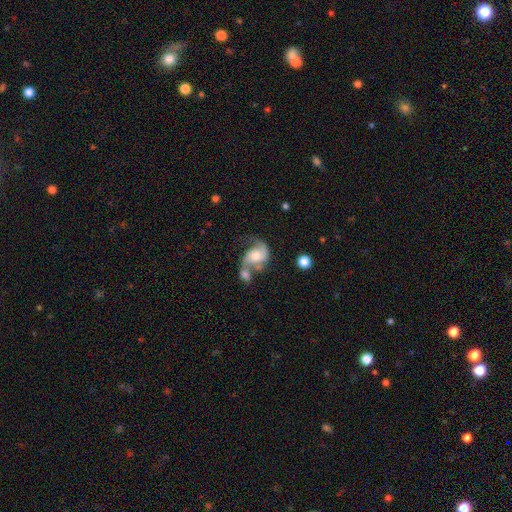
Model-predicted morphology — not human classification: This is likely a featured or disk galaxy (68%). It is clearly not viewed edge-on (97%). Bar: likely no (65%). Spiral arm pattern: clearly yes (89%). Spiral arm count: likely 2 (76%). Spiral winding: possibly loose (51%). Central bulge: likely moderate (61%). Merging: marginally merger (39%).